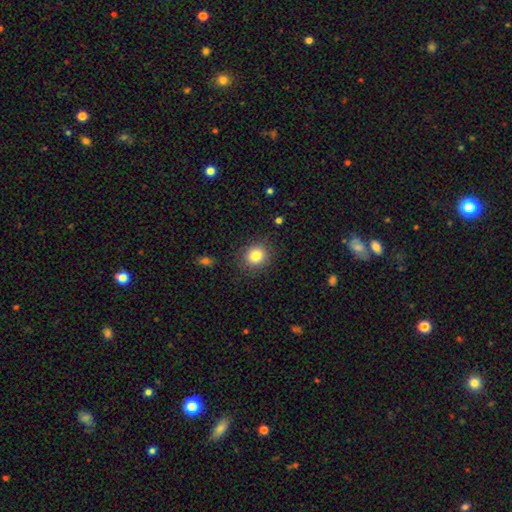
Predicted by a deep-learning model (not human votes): This appears to be a smooth galaxy with no disk features (82%) that is round (85%). Merging: none (87%).